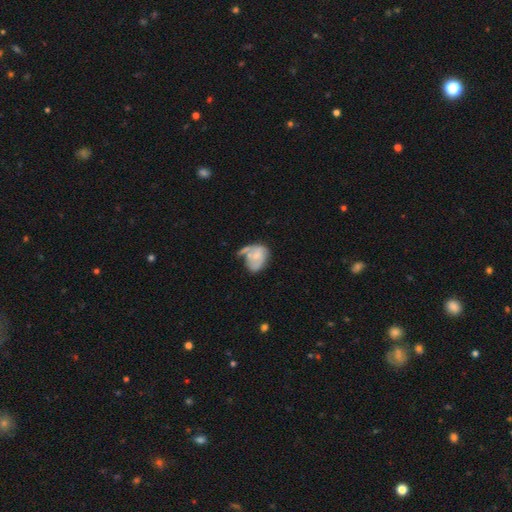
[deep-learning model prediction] Q: Smooth or featured?
A: smooth (53%); runner-up: featured or disk (39%)
Q: How rounded?
A: in between (67%); runner-up: round (32%)
Q: Merging?
A: merger (29%); runner-up: none (26%)